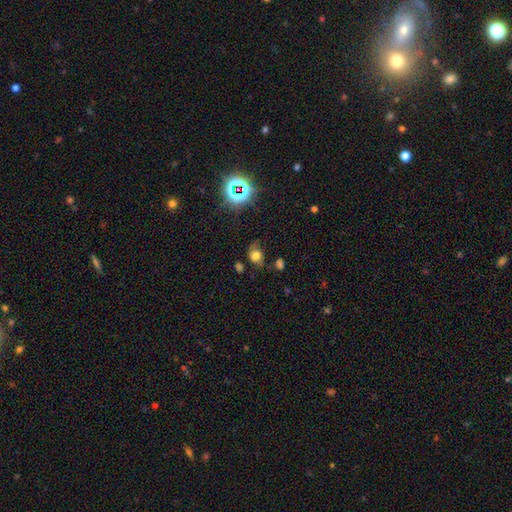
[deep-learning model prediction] Morphology: type=smooth (60%); roundness=in between (52%); merging=none (48%).